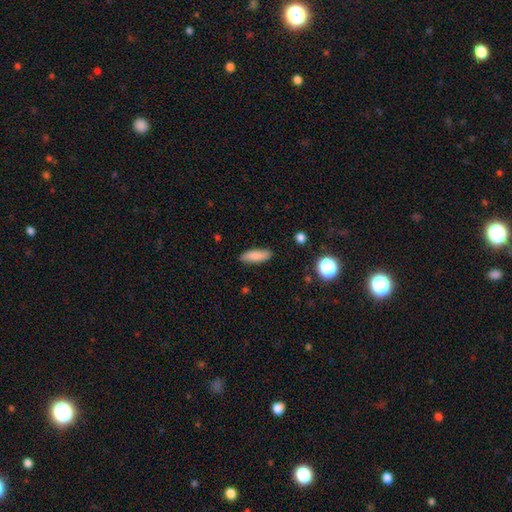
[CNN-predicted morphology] type=smooth (84%); roundness=in between (57%); merging=none (86%).